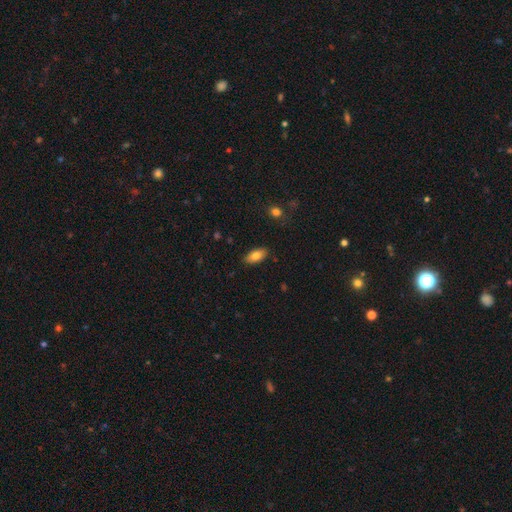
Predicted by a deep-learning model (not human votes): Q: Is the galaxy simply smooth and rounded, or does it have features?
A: smooth — 80%.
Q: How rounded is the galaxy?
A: in between — 89%.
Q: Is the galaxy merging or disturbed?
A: none — 87%.